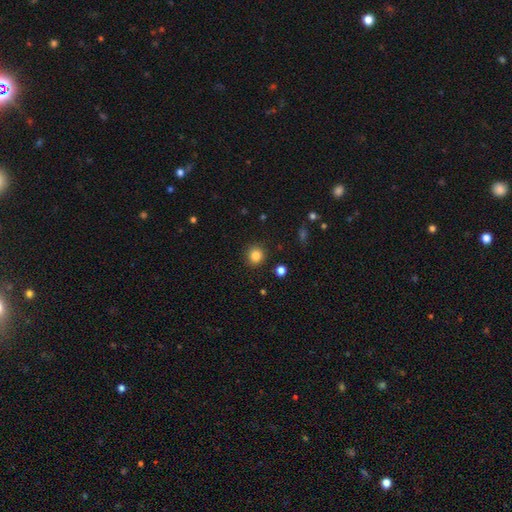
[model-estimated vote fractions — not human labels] Q: Smooth or featured?
A: smooth (83%); runner-up: star or artifact (12%)
Q: How rounded?
A: round (90%); runner-up: in between (9%)
Q: Merging?
A: none (90%); runner-up: minor disturbance (6%)